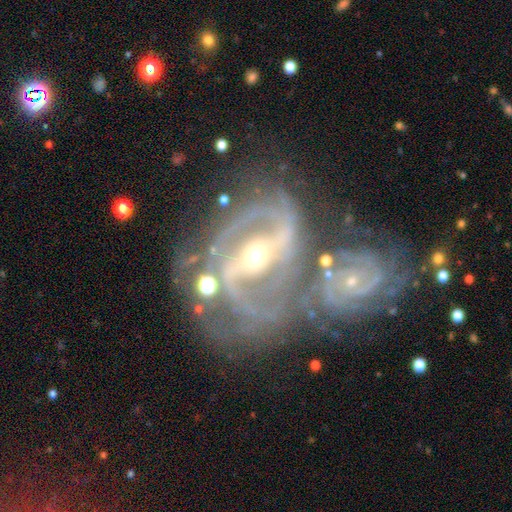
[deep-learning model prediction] Overall: featured or disk (91%). Edge-on disk: no (96%). Bar: strong (58%; weak 27%). Spiral arms: yes (96%). Spiral arm count: 2 (65%). Spiral winding: tight (46%; medium 44%). Bulge size: small (58%; moderate 38%). Merging: merger (47%; none 31%).